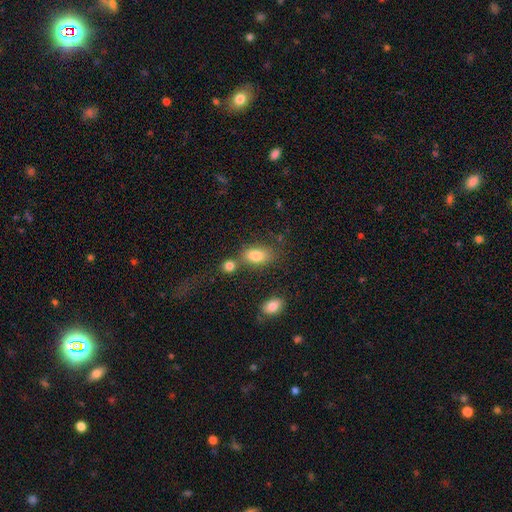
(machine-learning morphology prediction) Smooth or featured? Predicted: smooth (p=0.82). How rounded? Predicted: in between (p=0.87). Merging? Predicted: none (p=0.55).